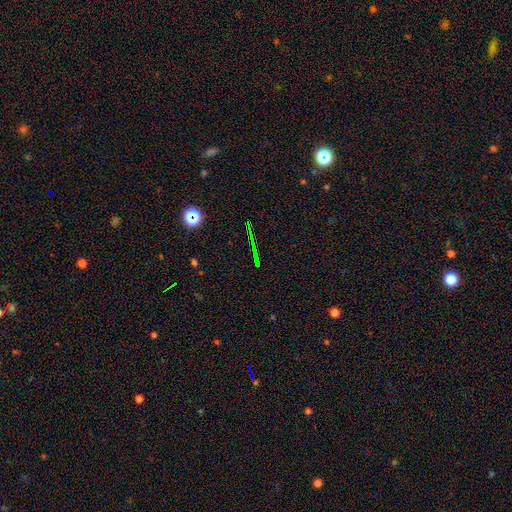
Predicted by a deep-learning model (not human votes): The model was most divided on "smooth or featured": star or artifact: 72%, featured or disk: 15%, smooth: 13%.